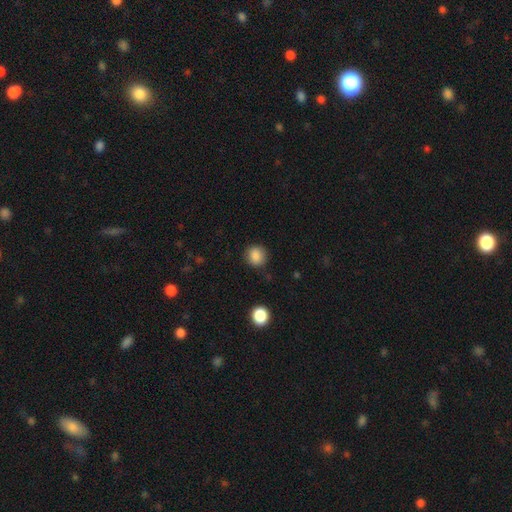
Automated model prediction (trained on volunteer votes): This appears to be a smooth galaxy with no disk features (86%) that is round (85%). Merging: none (84%).